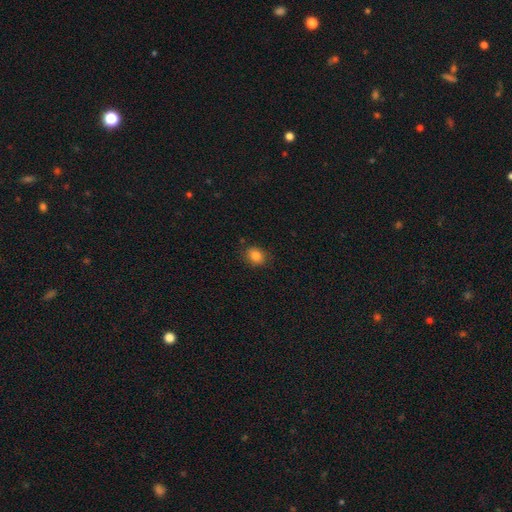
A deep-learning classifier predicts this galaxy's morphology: Smooth or featured? Predicted: smooth (p=0.83). How rounded? Predicted: round (p=0.59). Merging? Predicted: none (p=0.82).